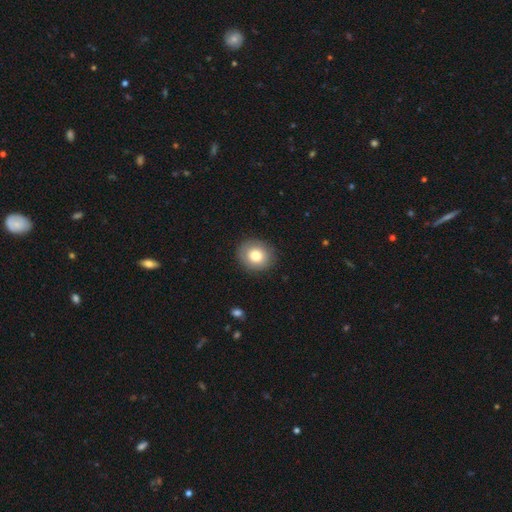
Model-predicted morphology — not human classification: type=smooth (79%); roundness=round (74%); merging=none (87%).